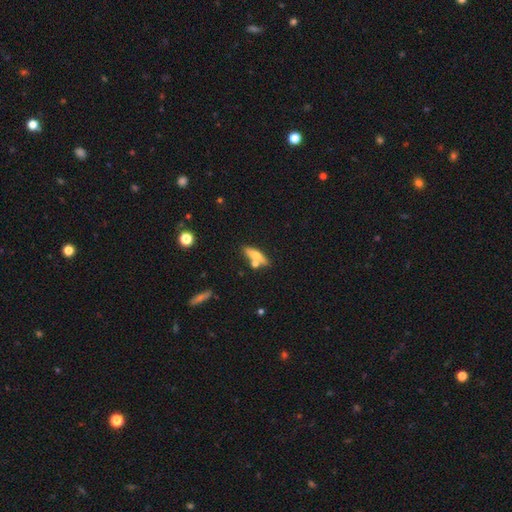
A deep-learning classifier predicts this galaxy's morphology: A smooth galaxy with no disk features (52%) that is cigar-shaped (59%). Merging: none (66%).